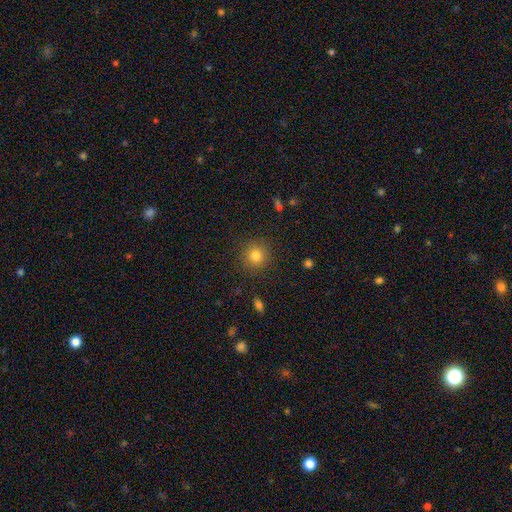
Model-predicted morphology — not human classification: smooth_or_featured: smooth (p=0.80) [alt: star or artifact p=0.12]
how_rounded: round (p=0.92) [alt: in between p=0.07]
merging: none (p=0.89) [alt: minor disturbance p=0.07]